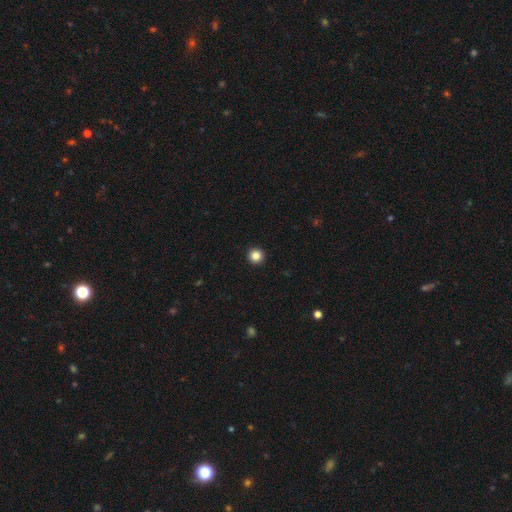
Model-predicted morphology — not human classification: A smooth galaxy with no disk features (85%) that is round (96%).

Vote fractions:
- Smooth or featured? smooth: 85% / star or artifact: 11% / featured or disk: 4%
- How rounded? round: 96% / in between: 3% / cigar-shaped: 1%
- Merging? none: 94% / minor disturbance: 4% / major disturbance: 1% / merger: 1%